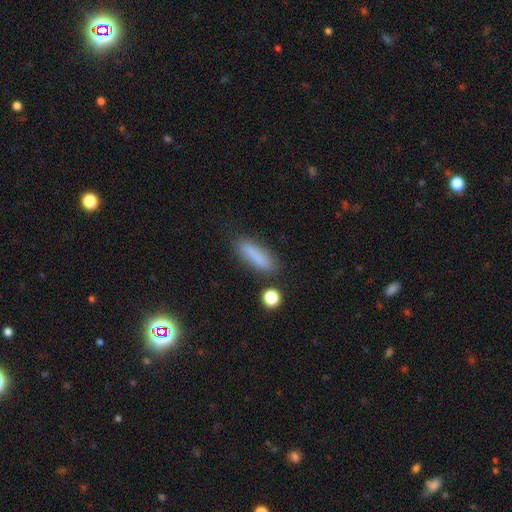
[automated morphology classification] A smooth galaxy with no disk features (83%) that is cigar-shaped (60%).

Vote fractions:
- Smooth or featured? smooth: 83% / star or artifact: 9% / featured or disk: 8%
- How rounded? cigar-shaped: 60% / in between: 38% / round: 3%
- Merging? none: 78% / minor disturbance: 14% / merger: 4% / major disturbance: 4%